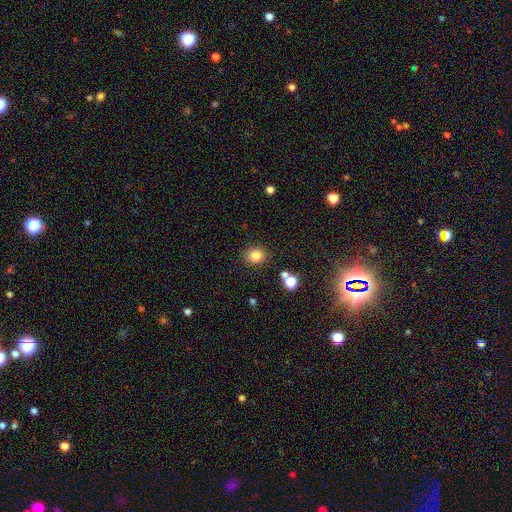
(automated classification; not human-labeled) A smooth galaxy with no disk features (82%) that is round (57%). Merging: none (83%).